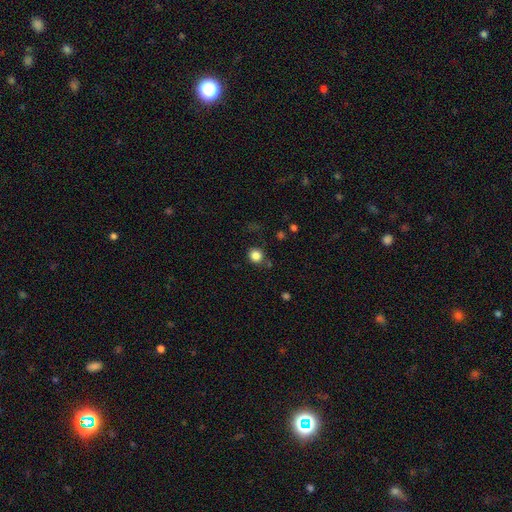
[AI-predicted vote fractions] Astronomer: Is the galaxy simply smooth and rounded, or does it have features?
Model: smooth — 84%.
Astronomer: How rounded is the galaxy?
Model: round — 88%.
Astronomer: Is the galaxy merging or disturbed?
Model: none — 80%.